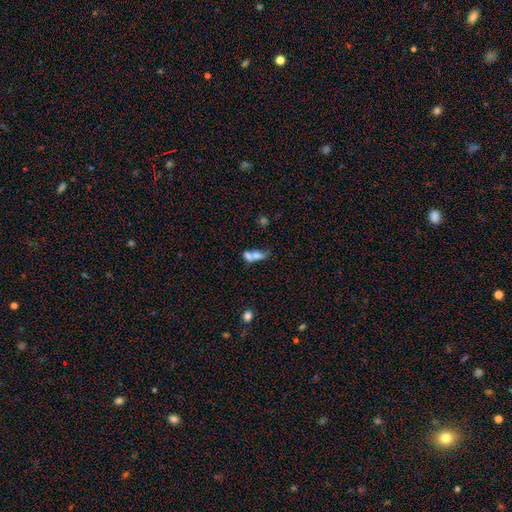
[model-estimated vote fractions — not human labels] A smooth galaxy with no disk features (65%) that is in between round and cigar-shaped (66%). Merging: merger (62%).